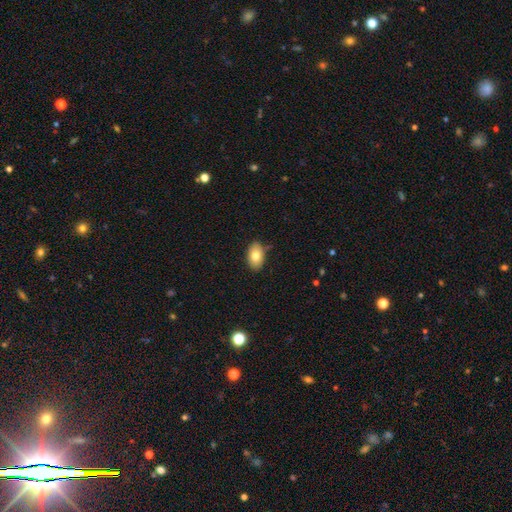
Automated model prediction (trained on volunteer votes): smooth_or_featured: smooth (p=0.77) [alt: featured or disk p=0.15]
how_rounded: in between (p=0.90) [alt: round p=0.09]
merging: none (p=0.82) [alt: minor disturbance p=0.14]